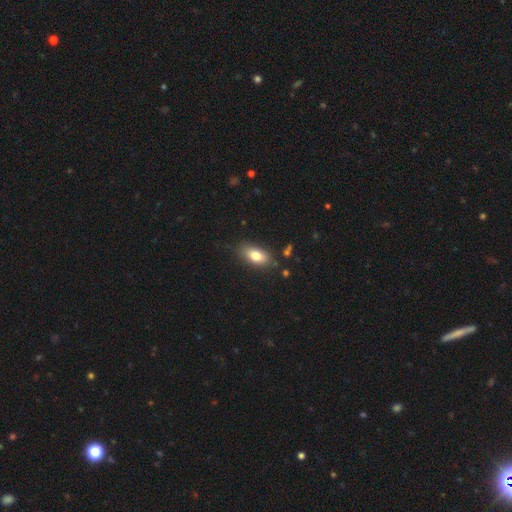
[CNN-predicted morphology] Smooth or featured: smooth — 78% (featured or disk — 14%)
How rounded: in between — 87% (round — 7%)
Merging: none — 81% (minor disturbance — 13%)